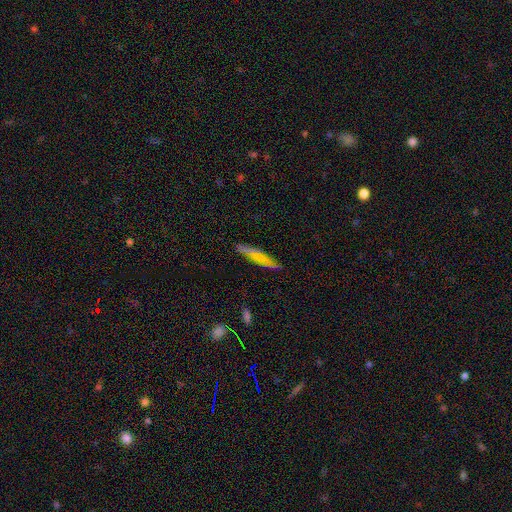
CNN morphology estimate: This appears to be a smooth galaxy with no disk features (57%) that is cigar-shaped (83%). Merging: none (76%).